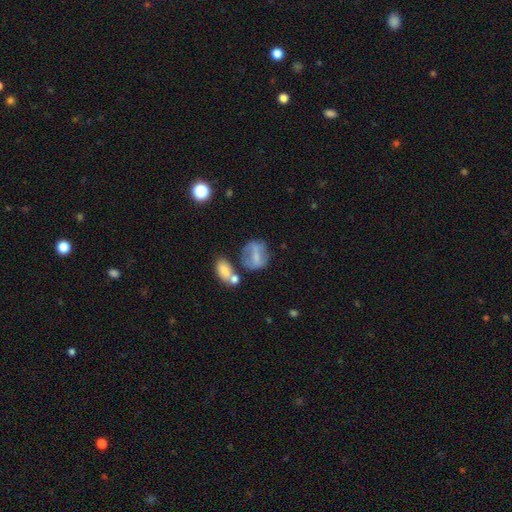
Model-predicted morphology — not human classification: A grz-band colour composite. It shows a smooth galaxy with no disk features (53%) that is round (51%). Merging: none (45%).